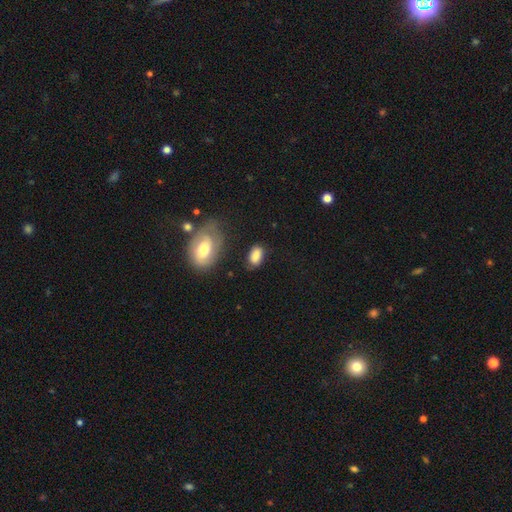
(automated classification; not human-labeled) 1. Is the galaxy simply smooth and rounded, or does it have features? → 83% smooth, 9% featured or disk, 8% star or artifact.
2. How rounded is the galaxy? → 91% in between, 7% round, 2% cigar-shaped.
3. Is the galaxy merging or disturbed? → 69% none, 20% minor disturbance, 6% major disturbance, 5% merger.